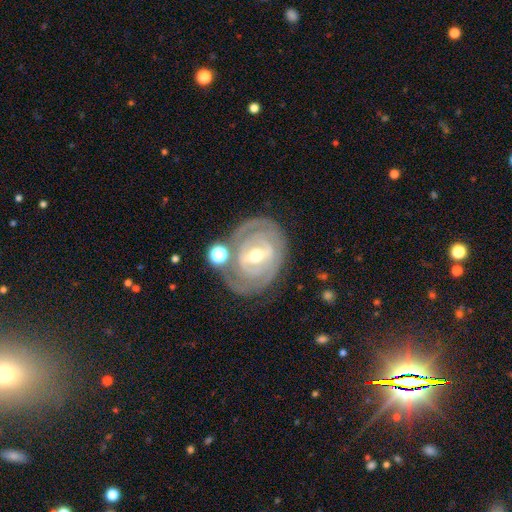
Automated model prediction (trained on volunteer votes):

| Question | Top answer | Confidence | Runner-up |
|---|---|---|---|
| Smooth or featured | featured or disk | 84% | smooth (11%) |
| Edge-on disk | no | 96% | yes (4%) |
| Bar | weak | 45% | strong (37%) |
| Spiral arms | yes | 87% | no (13%) |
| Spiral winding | tight | 75% | medium (20%) |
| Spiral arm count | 2 | 43% | can't tell (31%) |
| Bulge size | moderate | 64% | small (30%) |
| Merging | none | 70% | minor disturbance (16%) |